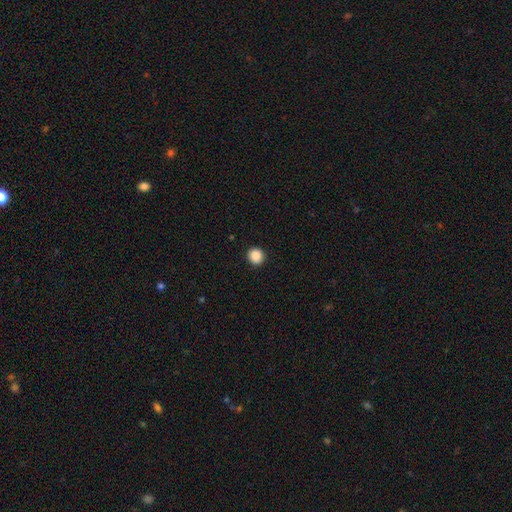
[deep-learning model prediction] Smooth or featured? Predicted: smooth (p=0.88). How rounded? Predicted: round (p=0.91). Merging? Predicted: none (p=0.92).